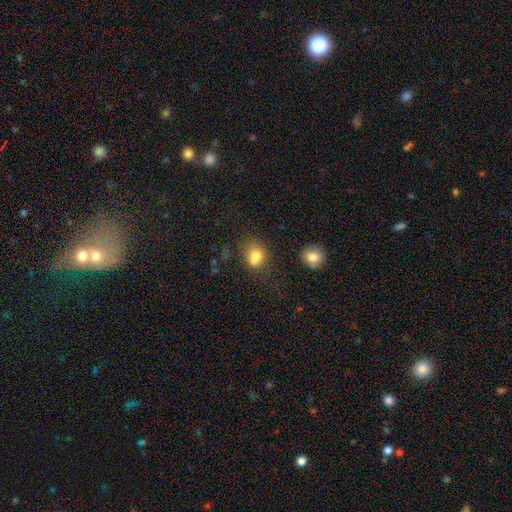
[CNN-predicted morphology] A smooth galaxy with no disk features (74%) that is round (58%). Merging: none (41%).